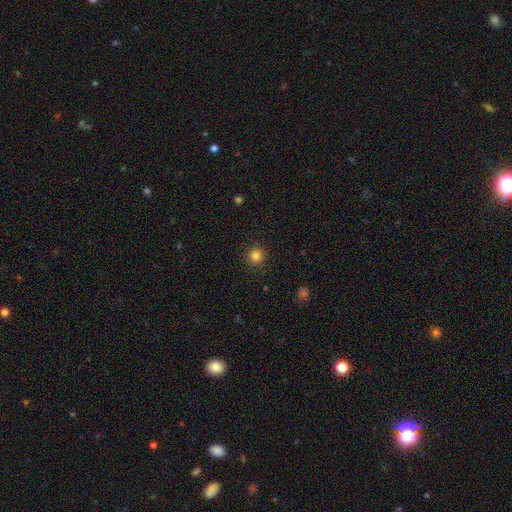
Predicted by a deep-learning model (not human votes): smooth_or_featured: smooth (p=0.83) [alt: star or artifact p=0.12]
how_rounded: round (p=0.94) [alt: in between p=0.05]
merging: none (p=0.92) [alt: minor disturbance p=0.05]